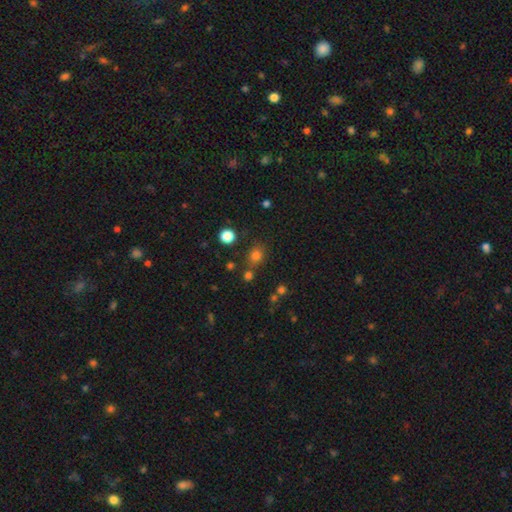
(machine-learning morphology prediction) This is likely a smooth galaxy (77%). How rounded: likely round (68%). Merging: likely none (74%).